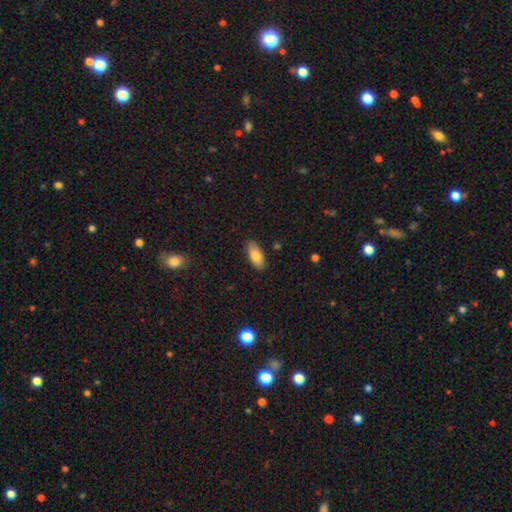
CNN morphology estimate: Smooth or featured: smooth — 81% (featured or disk — 12%)
How rounded: in between — 87% (cigar-shaped — 10%)
Merging: none — 87% (minor disturbance — 10%)